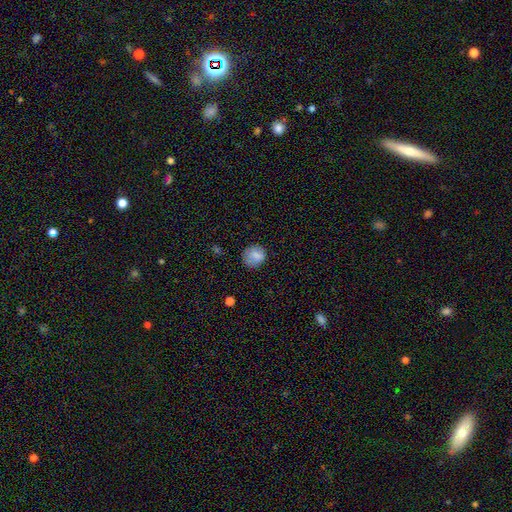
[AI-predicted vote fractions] Morphology: type=smooth (81%); roundness=round (82%); merging=none (76%).